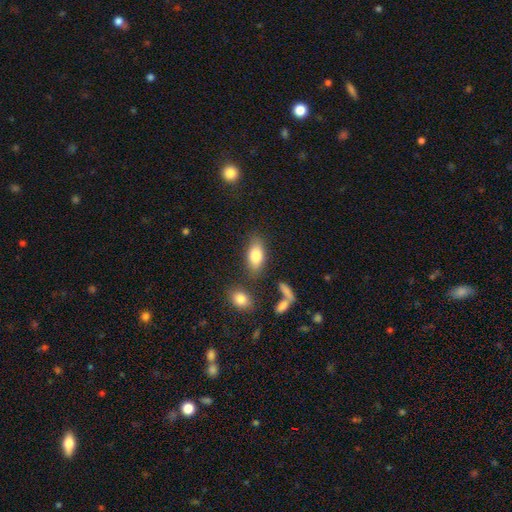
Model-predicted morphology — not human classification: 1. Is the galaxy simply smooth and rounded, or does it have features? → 80% smooth, 13% featured or disk, 7% star or artifact.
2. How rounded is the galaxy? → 85% in between, 10% cigar-shaped, 5% round.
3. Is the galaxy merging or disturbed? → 75% none, 14% minor disturbance, 6% merger, 5% major disturbance.